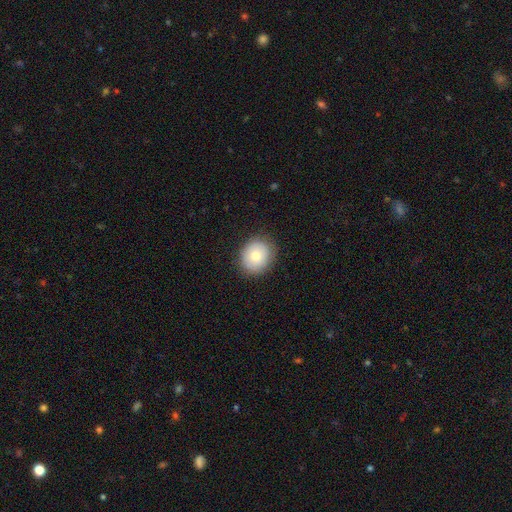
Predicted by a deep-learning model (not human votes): smooth 75%, featured or disk 16%, star or artifact 9%. Down the decision tree: how rounded — round (71%); merging — none (86%).